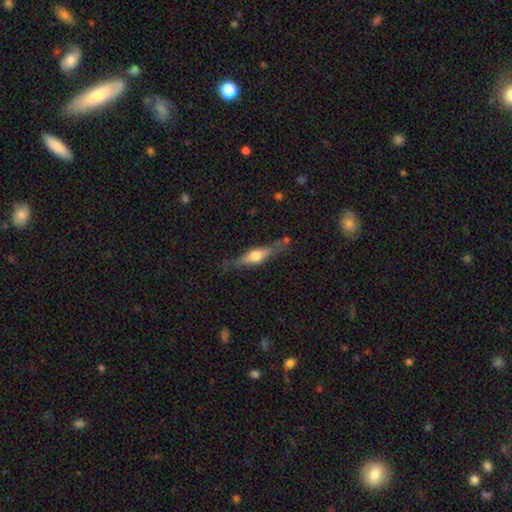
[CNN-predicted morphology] This appears to be a featured or disk galaxy (59%) viewed edge-on (92%) with a rounded central bulge (92%). Merging: none (71%).